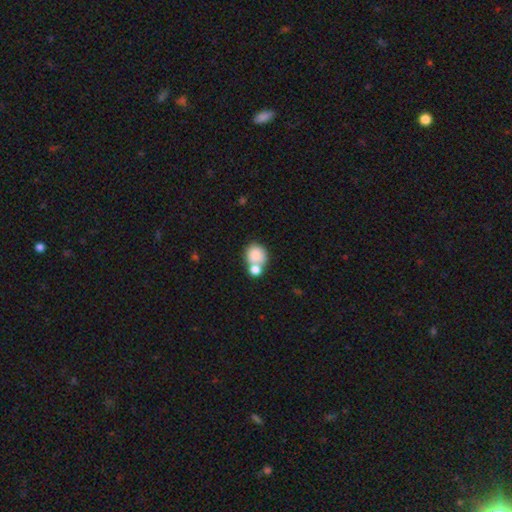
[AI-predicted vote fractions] Overall: smooth (81%). How rounded: round (75%). Merging: merger (47%; none 39%).